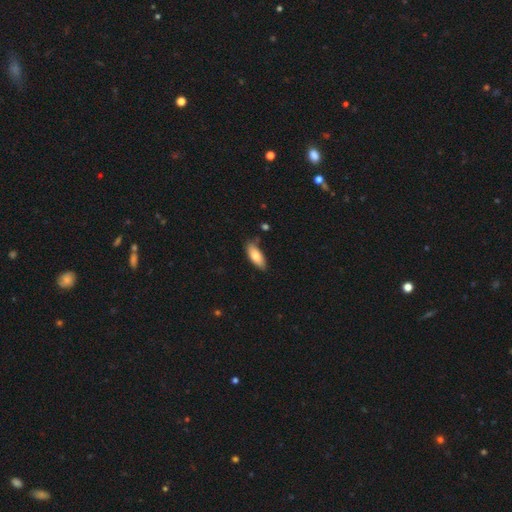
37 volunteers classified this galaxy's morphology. Smooth or featured?
  - smooth: 78% *
  - featured or disk: 14%
  - star or artifact: 8%
How rounded?
  - in between: 79% *
  - cigar-shaped: 14%
  - round: 7%
Merging?
  - none: 59% *
  - minor disturbance: 26%
  - major disturbance: 9%
  - merger: 6%